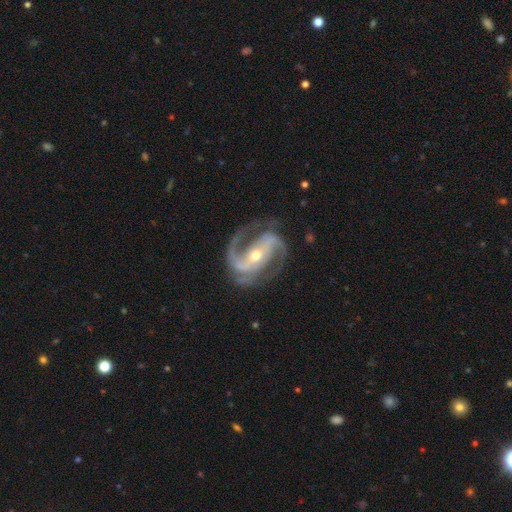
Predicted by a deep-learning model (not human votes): Morphology: type=featured or disk (93%); edge-on=no (97%); bar=strong (45%); spiral arms=yes (98%); winding=medium (58%); arm count=2 (77%); bulge=moderate (55%); merging=none (75%).